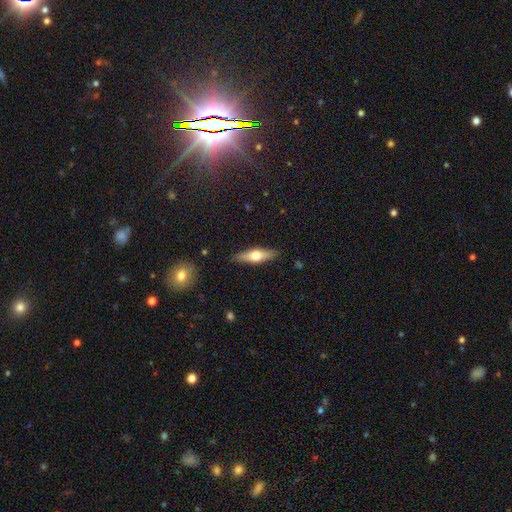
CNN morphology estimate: smooth_or_featured: featured or disk (p=0.48) [alt: smooth p=0.46]
merging: none (p=0.88) [alt: minor disturbance p=0.09]